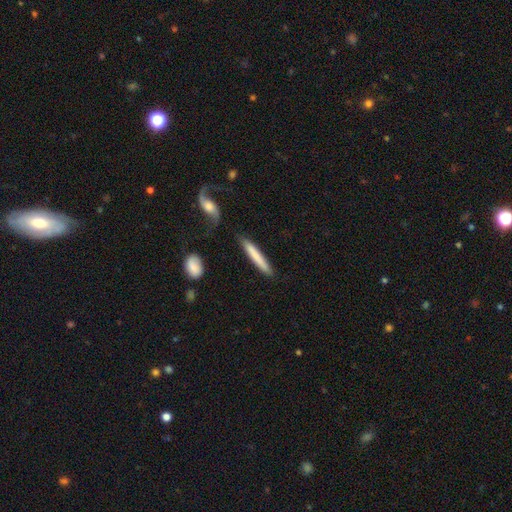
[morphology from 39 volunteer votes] A smooth galaxy with no disk features (59%) that is cigar-shaped (100%).

Vote fractions:
- Smooth or featured? smooth: 59% / featured or disk: 33% / star or artifact: 8%
- How rounded? cigar-shaped: 100% / round: 0% / in between: 0%
- Merging? none: 83% / major disturbance: 8% / minor disturbance: 6% / merger: 3%